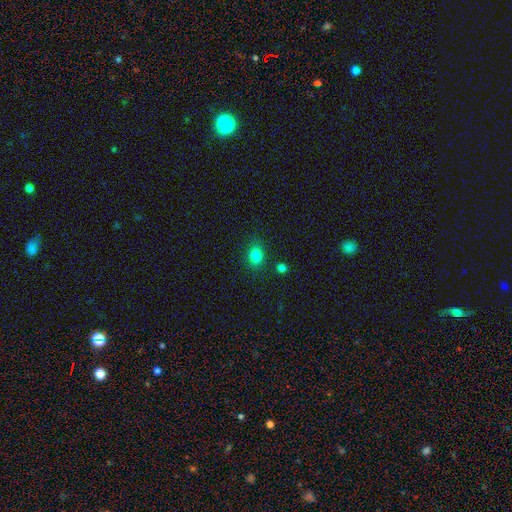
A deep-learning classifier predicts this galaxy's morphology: smooth-or-featured: smooth: 83% | star or artifact: 12% | featured or disk: 5%
  how-rounded: round: 52% | in between: 47% | cigar-shaped: 1%
  merging: none: 81% | minor disturbance: 12% | merger: 4% | major disturbance: 3%